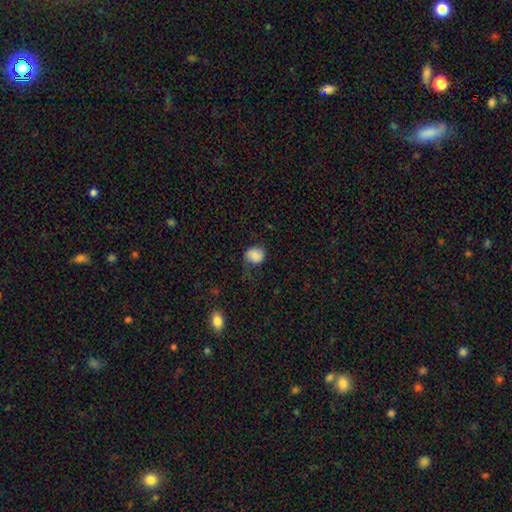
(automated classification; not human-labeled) Smooth or featured? Predicted: smooth (p=0.78). How rounded? Predicted: round (p=0.62). Merging? Predicted: none (p=0.56).